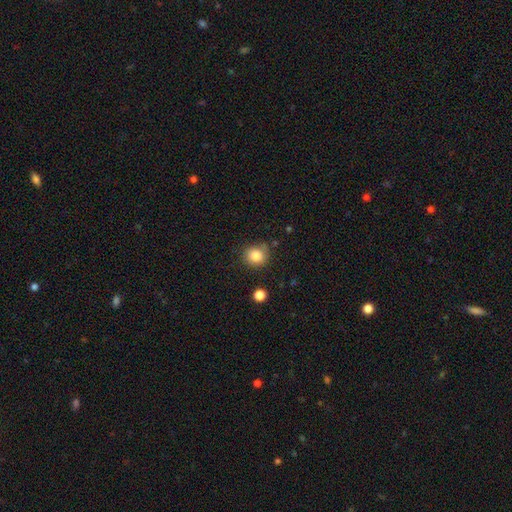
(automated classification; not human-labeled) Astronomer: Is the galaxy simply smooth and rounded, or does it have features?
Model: smooth — 85%.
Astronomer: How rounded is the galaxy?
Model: round — 86%.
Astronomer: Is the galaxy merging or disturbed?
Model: none — 81%.